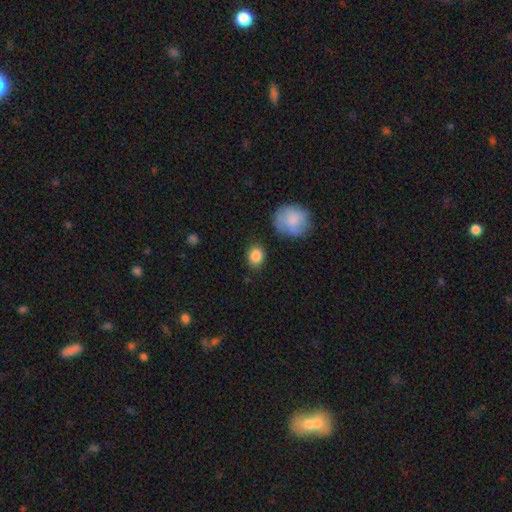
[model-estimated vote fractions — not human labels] Smooth or featured: smooth — 87% (star or artifact — 8%)
How rounded: round — 53% (in between — 46%)
Merging: none — 84% (minor disturbance — 11%)